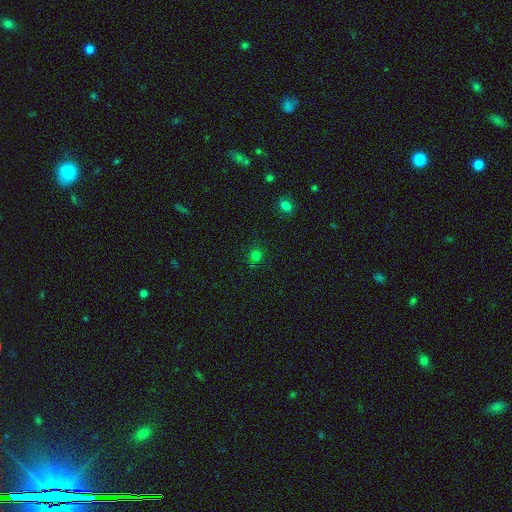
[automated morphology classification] Q: Smooth or featured?
A: smooth (74%); runner-up: star or artifact (21%)
Q: How rounded?
A: round (89%); runner-up: in between (10%)
Q: Merging?
A: none (87%); runner-up: minor disturbance (9%)